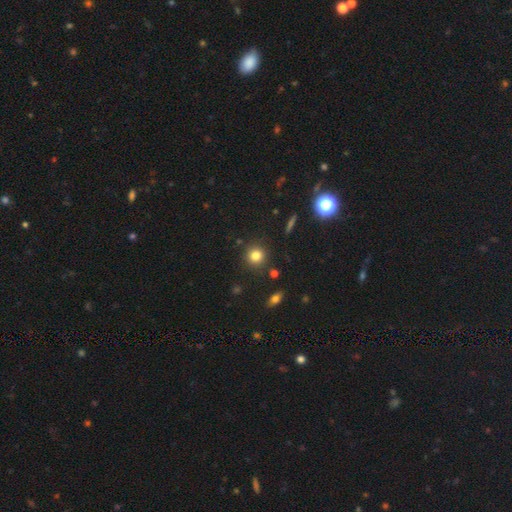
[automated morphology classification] Q: Smooth or featured?
A: smooth (80%); runner-up: star or artifact (13%)
Q: How rounded?
A: round (91%); runner-up: in between (8%)
Q: Merging?
A: none (88%); runner-up: minor disturbance (7%)